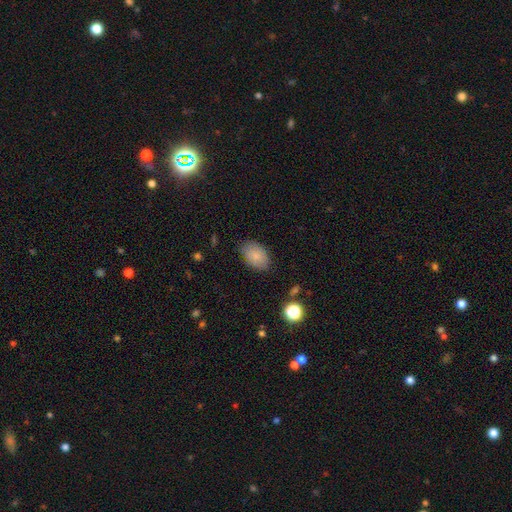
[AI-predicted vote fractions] Overall: smooth (84%). How rounded: in between (88%). Merging: none (82%).